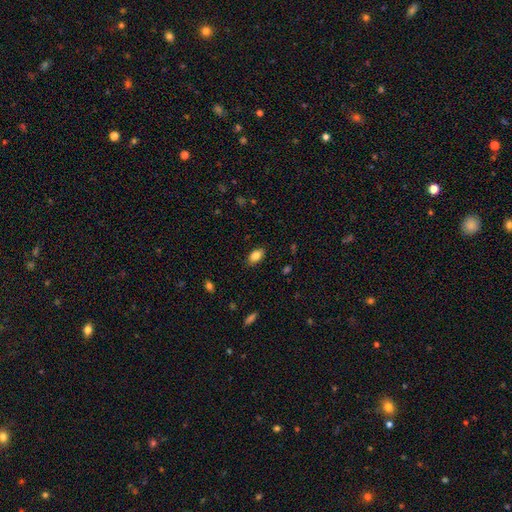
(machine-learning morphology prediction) smooth_or_featured: smooth (p=0.85) [alt: star or artifact p=0.08]
how_rounded: in between (p=0.91) [alt: round p=0.06]
merging: none (p=0.86) [alt: minor disturbance p=0.10]